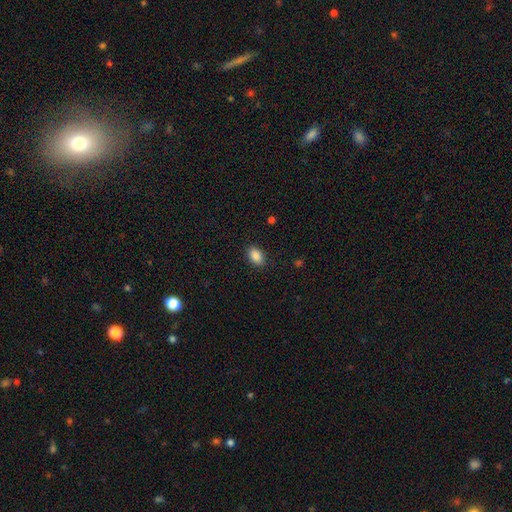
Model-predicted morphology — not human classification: smooth_or_featured: smooth (p=0.88) [alt: star or artifact p=0.08]
how_rounded: in between (p=0.89) [alt: round p=0.10]
merging: none (p=0.88) [alt: minor disturbance p=0.09]